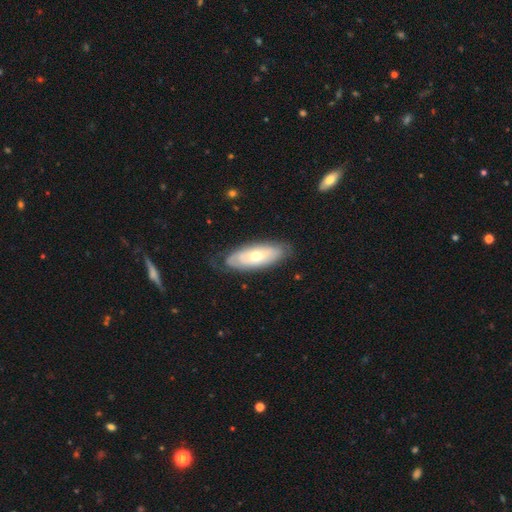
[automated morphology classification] A featured or disk galaxy (55%).

Vote fractions:
- Smooth or featured? featured or disk: 55% / smooth: 39% / star or artifact: 6%
- Edge-on disk? no: 80% / yes: 20%
- Merging? none: 74% / minor disturbance: 19% / major disturbance: 6% / merger: 1%